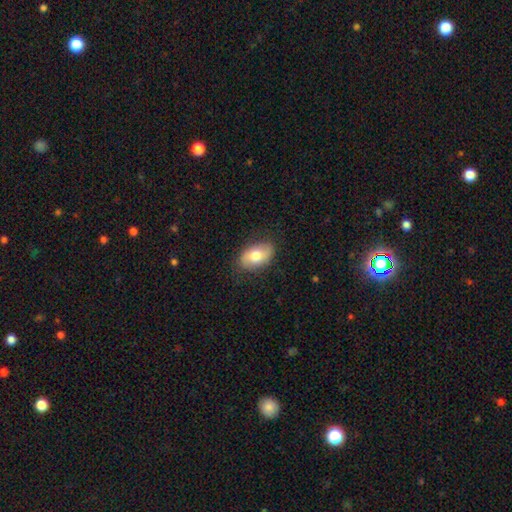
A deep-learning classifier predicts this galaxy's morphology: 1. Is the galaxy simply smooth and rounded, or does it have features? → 70% smooth, 23% featured or disk, 7% star or artifact.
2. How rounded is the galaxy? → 90% in between, 8% round, 2% cigar-shaped.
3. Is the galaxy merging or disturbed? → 81% none, 14% minor disturbance, 4% major disturbance, 1% merger.